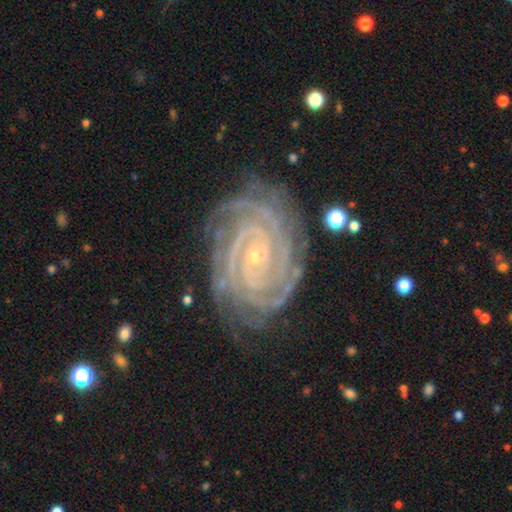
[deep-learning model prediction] Smooth or featured? featured or disk (92%)
Edge-on disk? no (98%)
Bar? no (55%)
Spiral arms? yes (99%)
Spiral winding? tight (88%)
Spiral arm count? 2 (26%)
Bulge size? small (85%)
Merging? none (79%)